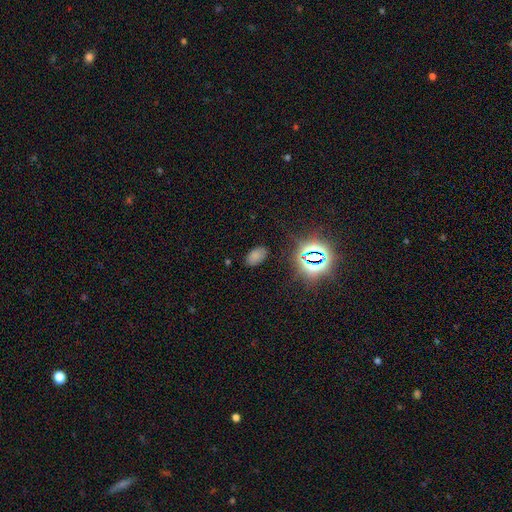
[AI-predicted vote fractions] Smooth or featured? Predicted: smooth (p=0.70). How rounded? Predicted: in between (p=0.93). Merging? Predicted: none (p=0.84).